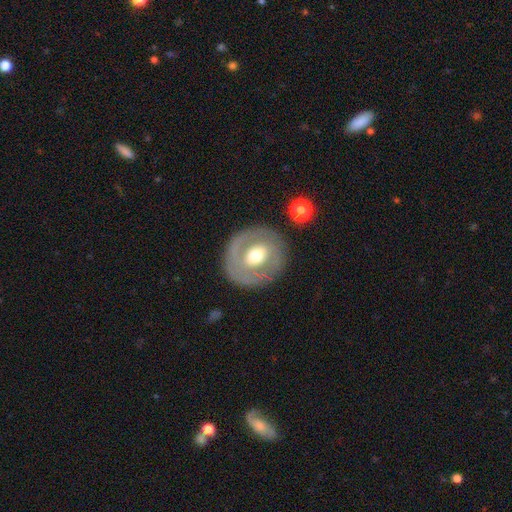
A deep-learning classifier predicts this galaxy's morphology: A featured or disk galaxy (55%) with no bar (64%), no spiral arms (77%) and a moderate central bulge (66%).

Vote fractions:
- Smooth or featured? featured or disk: 55% / smooth: 39% / star or artifact: 6%
- Edge-on disk? no: 95% / yes: 5%
- Bar? no: 64% / weak: 25% / strong: 11%
- Spiral arms? no: 77% / yes: 23%
- Bulge size? moderate: 66% / large: 20% / small: 11% / dominant: 2% / none: 1%
- Merging? none: 82% / minor disturbance: 11% / major disturbance: 6% / merger: 2%